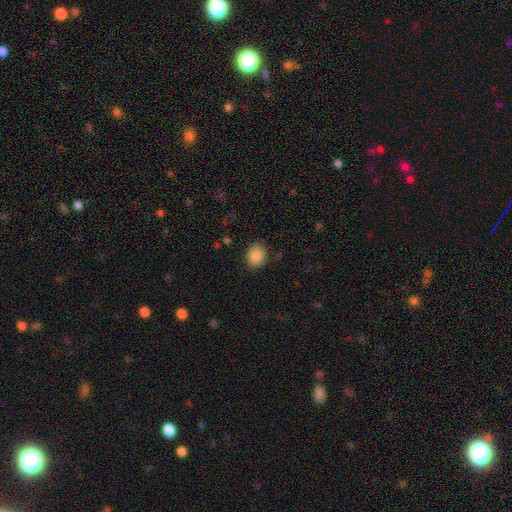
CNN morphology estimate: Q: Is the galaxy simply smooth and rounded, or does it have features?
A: smooth — 88%.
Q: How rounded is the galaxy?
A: in between — 54%.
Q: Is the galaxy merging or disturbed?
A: none — 83%.